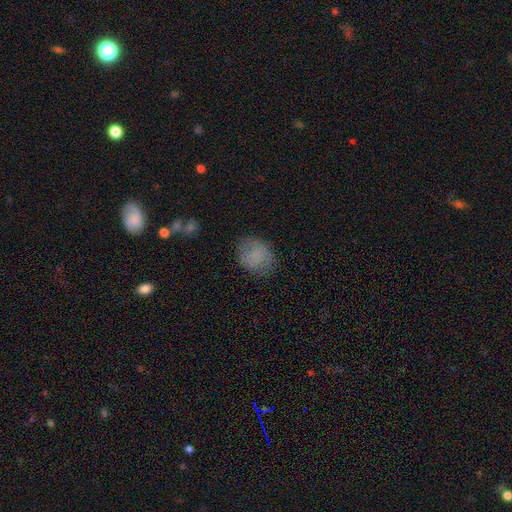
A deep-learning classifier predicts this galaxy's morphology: type=smooth (75%); roundness=round (57%); merging=none (75%).